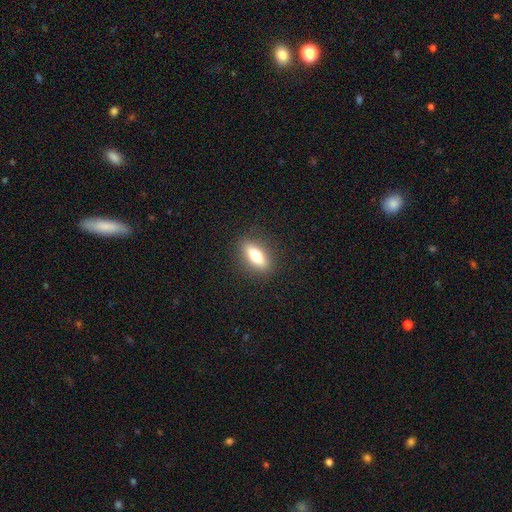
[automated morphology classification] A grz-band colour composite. It shows a smooth galaxy with no disk features (68%) that is in between round and cigar-shaped (66%). Merging: none (88%).